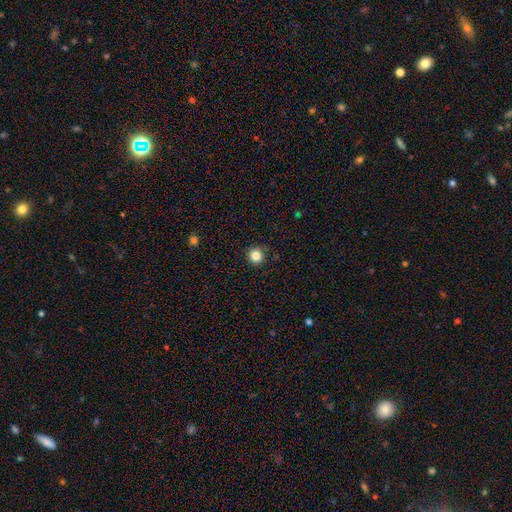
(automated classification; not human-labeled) A smooth galaxy with no disk features (83%) that is round (94%). Merging: none (91%).